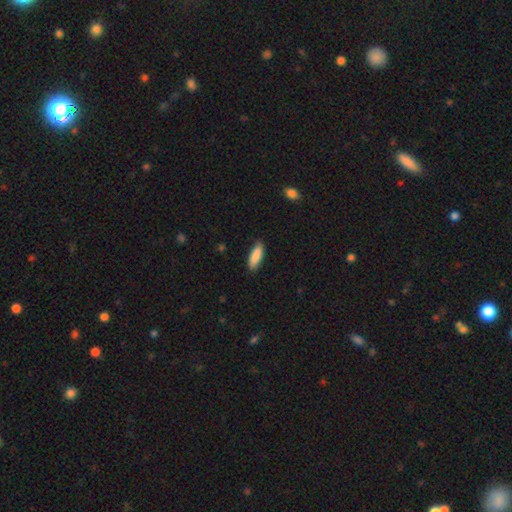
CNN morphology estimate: type=smooth (87%); roundness=in between (62%); merging=none (83%).